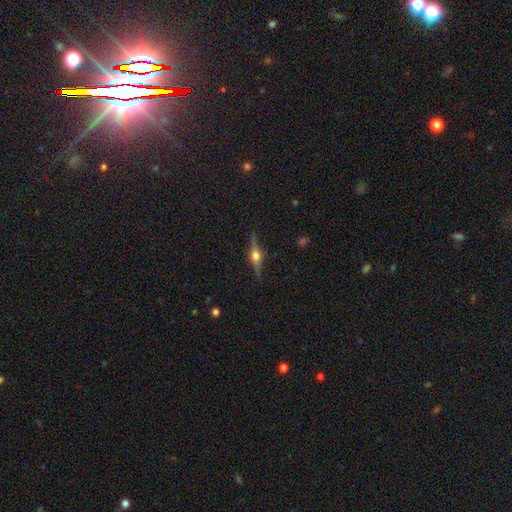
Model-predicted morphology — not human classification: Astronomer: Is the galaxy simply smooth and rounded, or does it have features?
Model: featured or disk — 78%.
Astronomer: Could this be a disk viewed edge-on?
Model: yes — 97%.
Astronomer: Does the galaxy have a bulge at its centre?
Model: rounded — 94%.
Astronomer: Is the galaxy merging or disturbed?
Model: none — 88%.